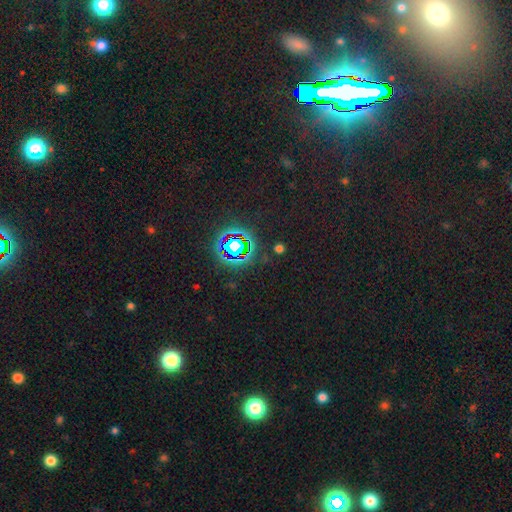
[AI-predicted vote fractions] A star or artifact, not a galaxy (83%).

Vote fractions:
- Smooth or featured? star or artifact: 83% / smooth: 10% / featured or disk: 7%